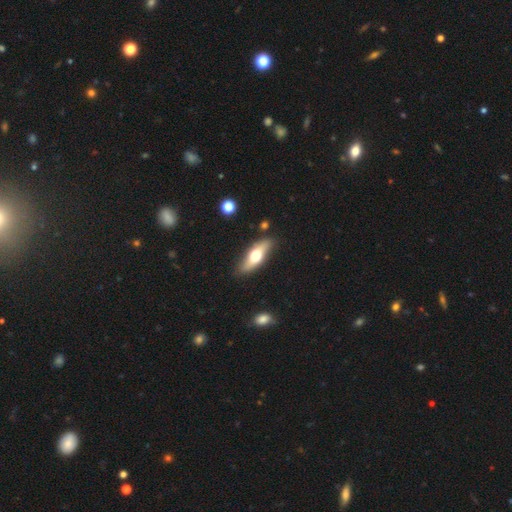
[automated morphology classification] type=smooth (52%); roundness=in between (57%); merging=none (83%).